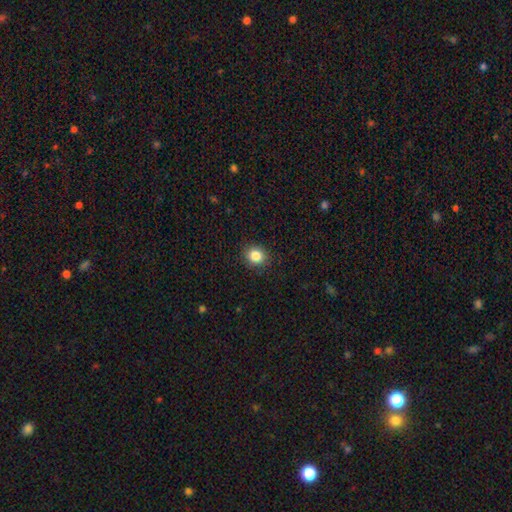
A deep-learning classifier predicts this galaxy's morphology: The model was most divided on "how rounded": round: 79%, in between: 20%, cigar-shaped: 1%. More confident: merging — none (89%); smooth or featured — smooth (85%).